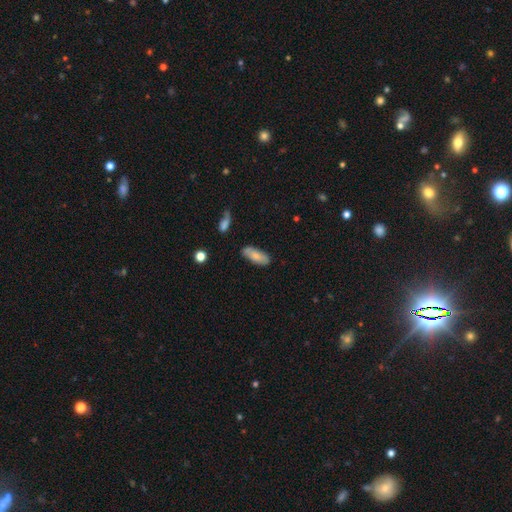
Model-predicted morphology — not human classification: Smooth or featured: smooth — 75% (featured or disk — 18%)
How rounded: in between — 80% (cigar-shaped — 18%)
Merging: none — 72% (minor disturbance — 18%)